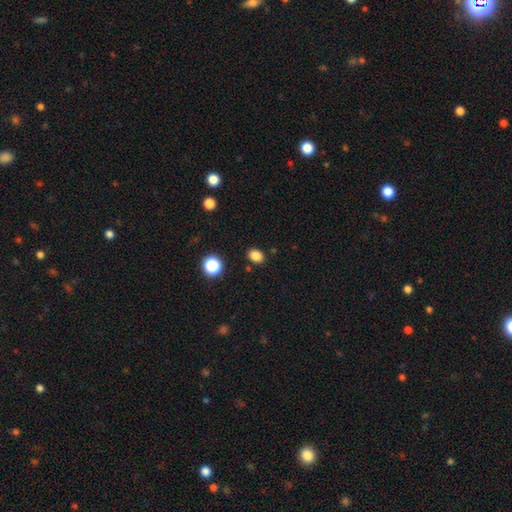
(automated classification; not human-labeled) The model was most divided on "how rounded": in between: 59%, round: 40%, cigar-shaped: 1%. More confident: merging — none (87%); smooth or featured — smooth (84%).